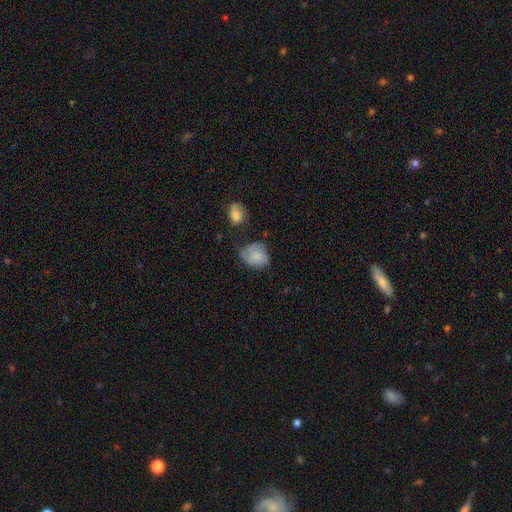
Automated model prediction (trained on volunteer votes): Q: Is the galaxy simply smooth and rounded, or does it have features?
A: smooth — 66%.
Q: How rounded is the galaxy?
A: round — 54%.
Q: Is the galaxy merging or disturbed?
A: none — 49%.